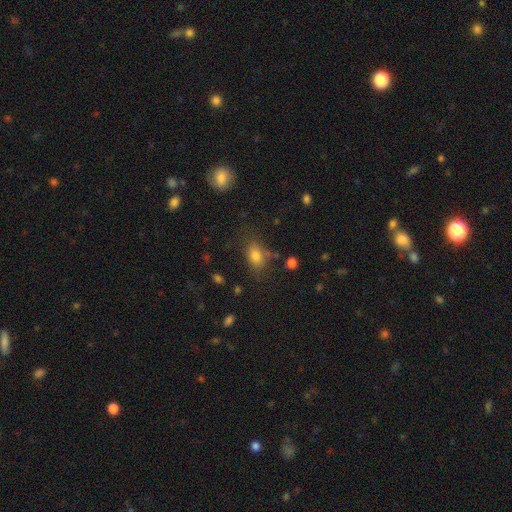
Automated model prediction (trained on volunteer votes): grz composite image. It shows a smooth galaxy with no disk features (79%) that is in between round and cigar-shaped (79%). Merging: none (70%).